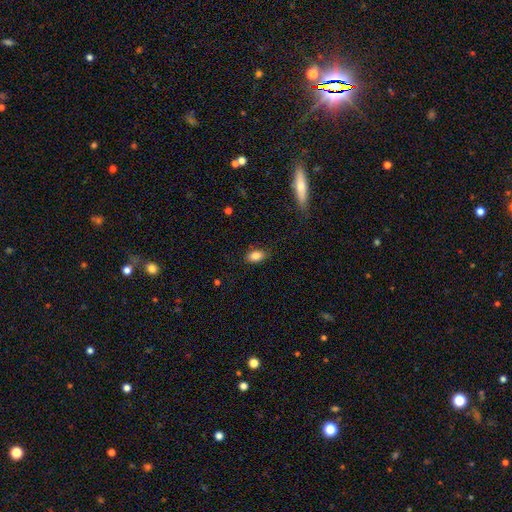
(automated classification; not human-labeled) This appears to be a smooth galaxy with no disk features (85%) that is in between round and cigar-shaped (88%). Merging: none (83%).